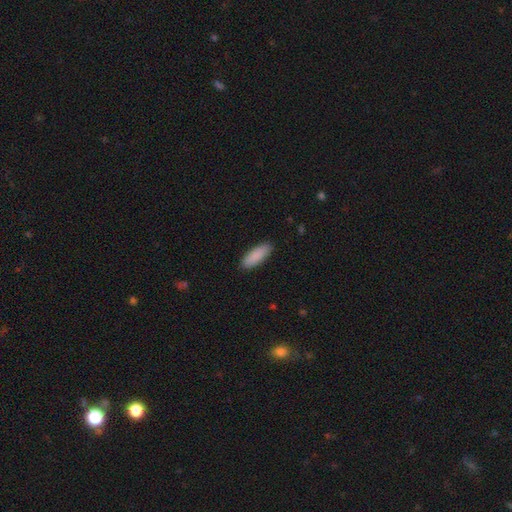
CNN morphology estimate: This appears to be a smooth galaxy with no disk features (90%) that is in between round and cigar-shaped (67%). Merging: none (89%).